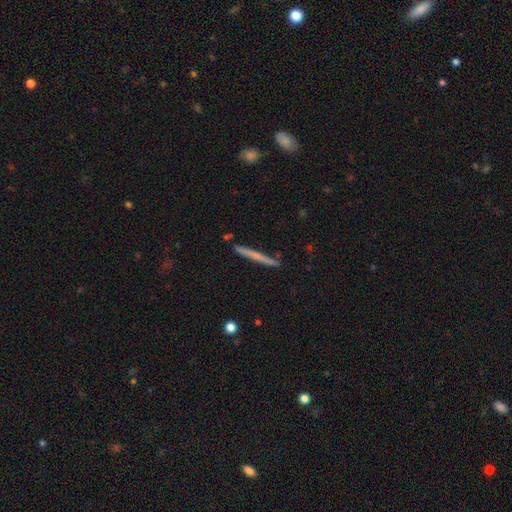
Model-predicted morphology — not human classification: Smooth or featured?
  - smooth: 52% *
  - featured or disk: 43%
  - star or artifact: 6%
How rounded?
  - cigar-shaped: 97% *
  - in between: 2%
  - round: 1%
Merging?
  - none: 90% *
  - minor disturbance: 7%
  - merger: 2%
  - major disturbance: 1%